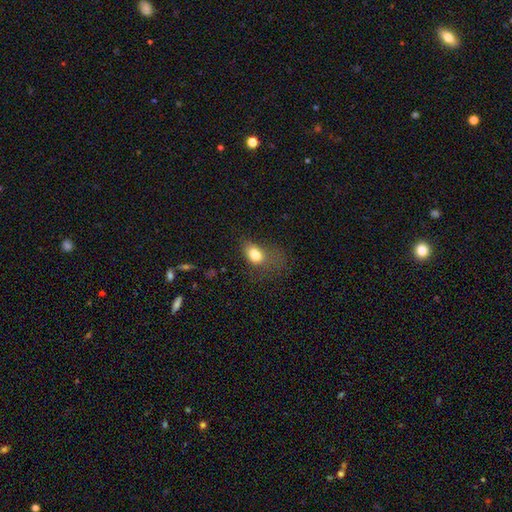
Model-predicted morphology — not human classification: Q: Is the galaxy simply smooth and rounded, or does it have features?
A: smooth — 76%.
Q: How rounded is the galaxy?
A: in between — 80%.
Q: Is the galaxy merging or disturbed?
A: major disturbance — 38%.